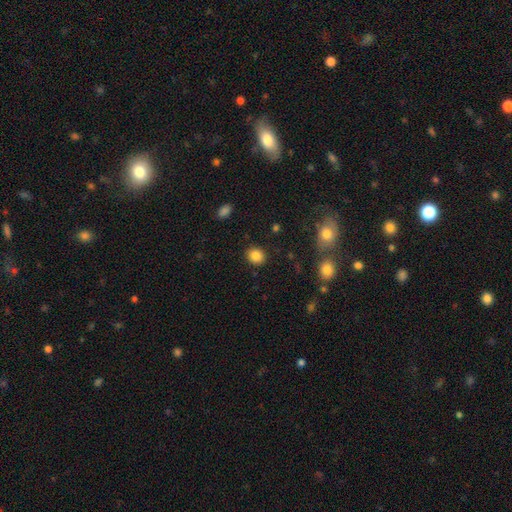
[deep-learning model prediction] A smooth galaxy with no disk features (85%) that is round (72%). Merging: none (90%).